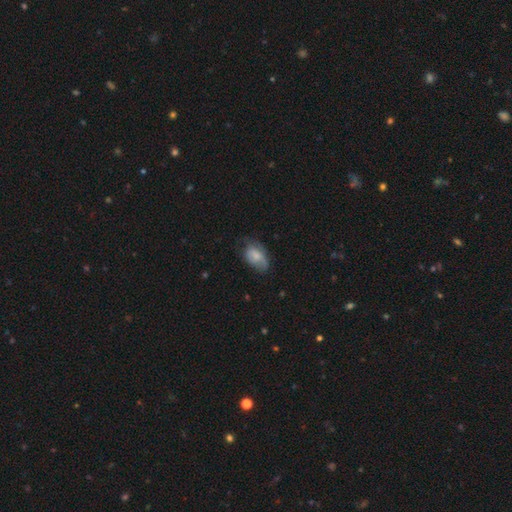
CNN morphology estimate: Smooth or featured?
  - smooth: 67% *
  - featured or disk: 25%
  - star or artifact: 7%
How rounded?
  - in between: 89% *
  - round: 9%
  - cigar-shaped: 2%
Merging?
  - none: 47% *
  - minor disturbance: 35%
  - major disturbance: 16%
  - merger: 2%